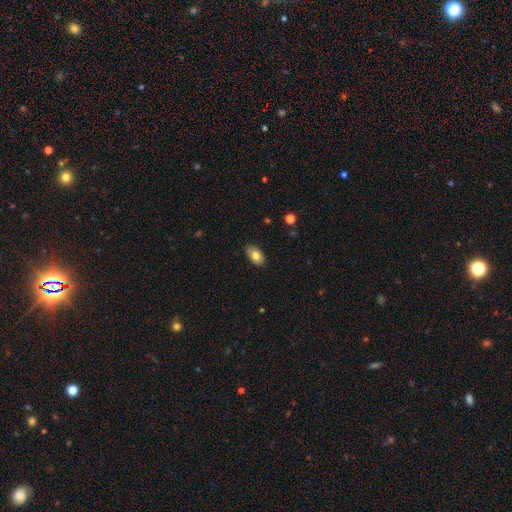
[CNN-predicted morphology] smooth-or-featured: smooth: 78% | featured or disk: 15% | star or artifact: 7%
  how-rounded: in between: 92% | round: 6% | cigar-shaped: 2%
  merging: none: 87% | minor disturbance: 10% | major disturbance: 2% | merger: 1%